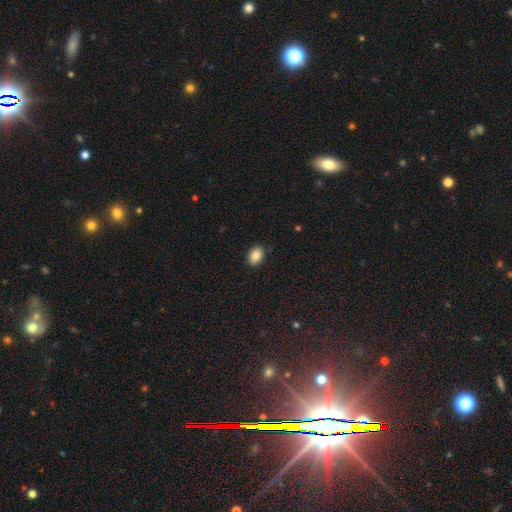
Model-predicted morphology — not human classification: The model was most divided on "how rounded": in between: 84%, round: 15%, cigar-shaped: 1%. More confident: merging — none (88%); smooth or featured — smooth (88%).